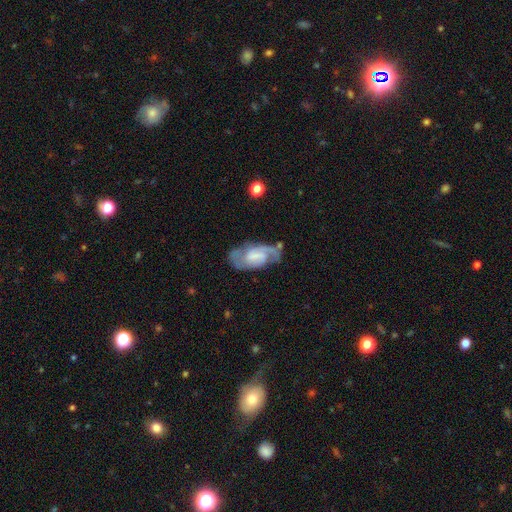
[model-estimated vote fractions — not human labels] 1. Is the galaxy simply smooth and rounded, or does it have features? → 79% featured or disk, 16% smooth, 6% star or artifact.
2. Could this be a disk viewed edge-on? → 96% no, 4% yes.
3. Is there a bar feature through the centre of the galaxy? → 50% weak, 32% no, 17% strong.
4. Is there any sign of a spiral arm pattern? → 93% yes, 7% no.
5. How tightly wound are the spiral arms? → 49% medium, 35% tight, 16% loose.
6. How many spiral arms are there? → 76% 2, 9% can't tell, 9% 1, 3% 3, 1% 4, 1% more than 4.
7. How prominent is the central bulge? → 35% none, 34% small, 21% moderate, 8% large, 2% dominant.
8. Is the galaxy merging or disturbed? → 64% none, 21% minor disturbance, 12% major disturbance, 3% merger.